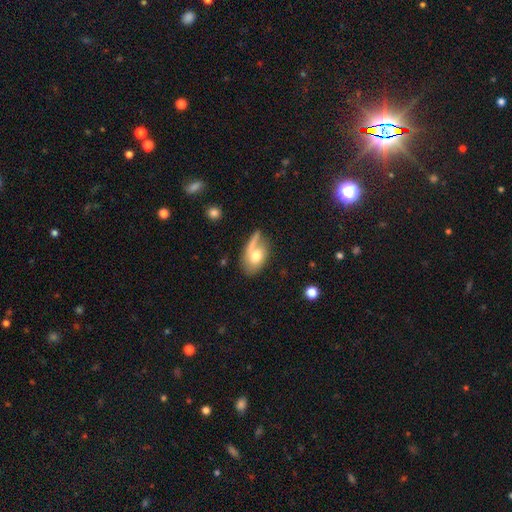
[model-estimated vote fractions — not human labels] This appears to be a smooth galaxy with no disk features (62%) that is in between round and cigar-shaped (84%). Merging: none (42%).